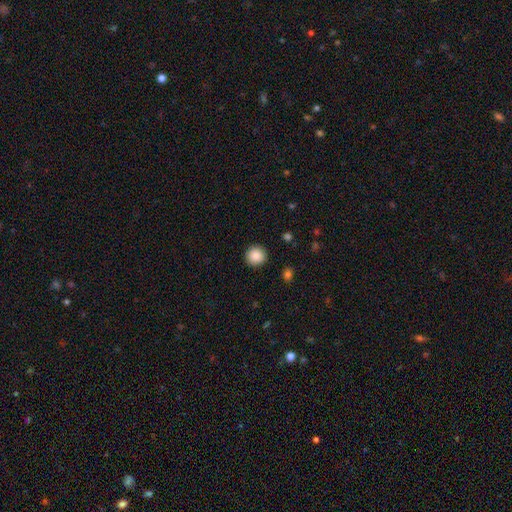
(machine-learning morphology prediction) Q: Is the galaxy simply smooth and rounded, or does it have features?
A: smooth — 88%.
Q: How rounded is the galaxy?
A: round — 94%.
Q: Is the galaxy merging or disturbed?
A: none — 92%.